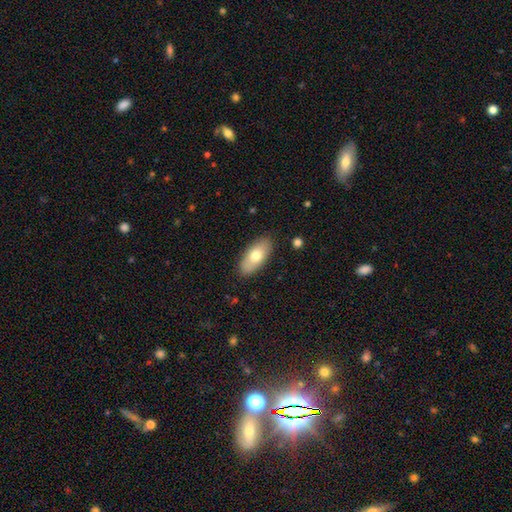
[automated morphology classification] Smooth or featured?
  - smooth: 72% *
  - featured or disk: 22%
  - star or artifact: 6%
How rounded?
  - in between: 89% *
  - cigar-shaped: 9%
  - round: 3%
Merging?
  - none: 86% *
  - minor disturbance: 10%
  - major disturbance: 2%
  - merger: 1%